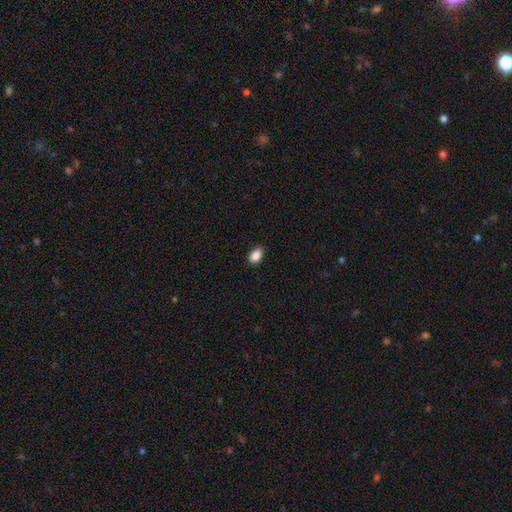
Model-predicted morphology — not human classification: This appears to be a smooth galaxy with no disk features (88%) that is in between round and cigar-shaped (83%). Merging: none (85%).